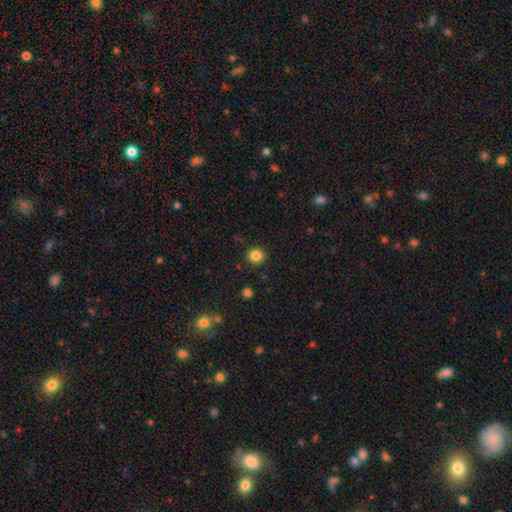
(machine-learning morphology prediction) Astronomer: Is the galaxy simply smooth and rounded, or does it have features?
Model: smooth — 84%.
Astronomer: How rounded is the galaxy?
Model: round — 92%.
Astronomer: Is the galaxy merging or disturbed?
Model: none — 91%.